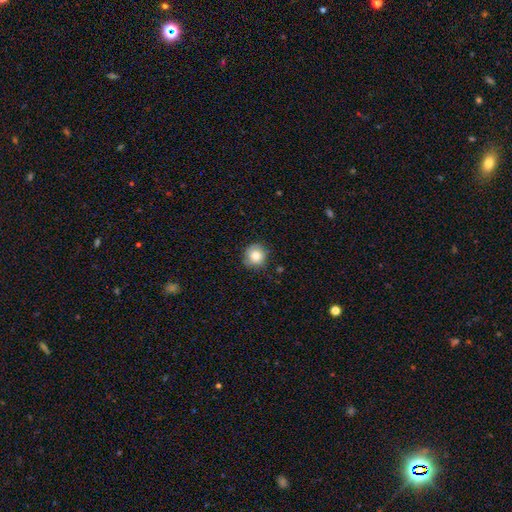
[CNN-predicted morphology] Q: Smooth or featured?
A: smooth (81%); runner-up: featured or disk (9%)
Q: How rounded?
A: round (92%); runner-up: in between (7%)
Q: Merging?
A: none (80%); runner-up: minor disturbance (16%)